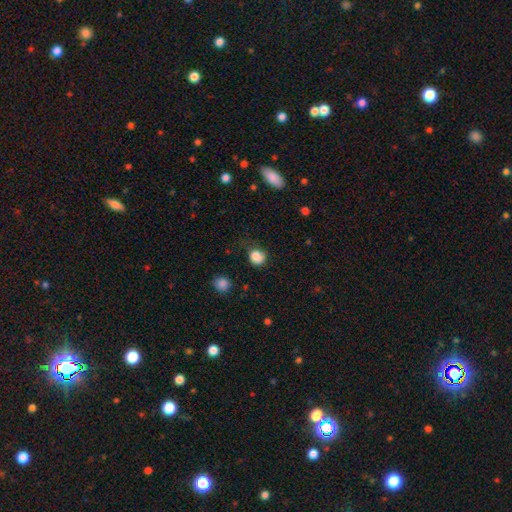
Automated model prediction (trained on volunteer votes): Morphology: type=smooth (84%); roundness=round (75%); merging=none (57%).